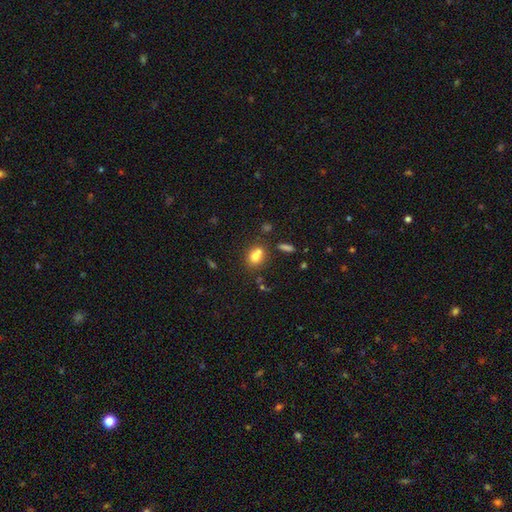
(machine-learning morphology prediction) A smooth galaxy with no disk features (73%) that is in between round and cigar-shaped (51%).

Vote fractions:
- Smooth or featured? smooth: 73% / featured or disk: 14% / star or artifact: 13%
- How rounded? in between: 51% / round: 47% / cigar-shaped: 2%
- Merging? none: 45% / merger: 38% / minor disturbance: 12% / major disturbance: 5%